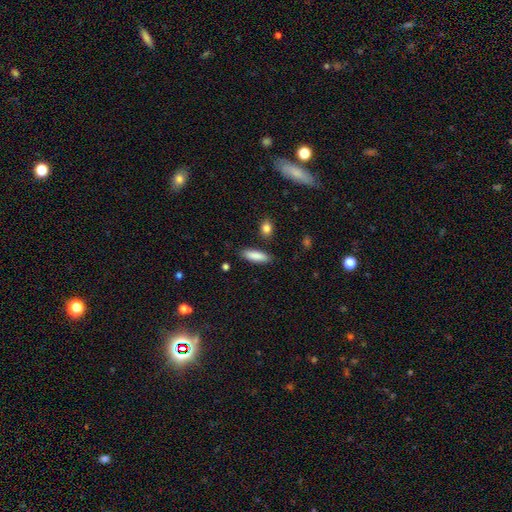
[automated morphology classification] Smooth or featured? smooth (87%)
How rounded? cigar-shaped (50%)
Merging? none (86%)